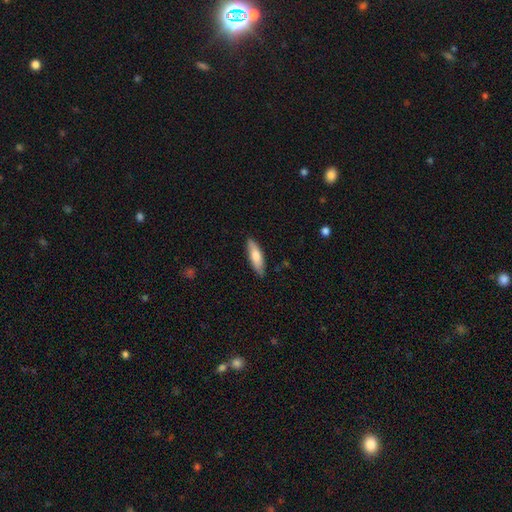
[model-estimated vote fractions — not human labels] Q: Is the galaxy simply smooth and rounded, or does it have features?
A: smooth — 73%.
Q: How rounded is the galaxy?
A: cigar-shaped — 58%.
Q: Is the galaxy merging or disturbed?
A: none — 84%.